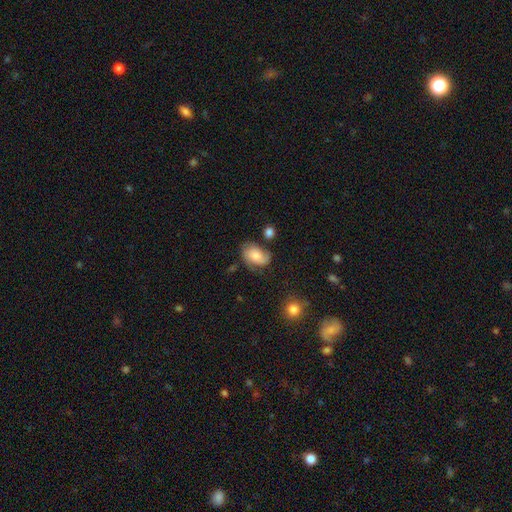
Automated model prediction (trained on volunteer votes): smooth_or_featured: smooth (p=0.50) [alt: featured or disk p=0.42]
merging: none (p=0.54) [alt: minor disturbance p=0.28]